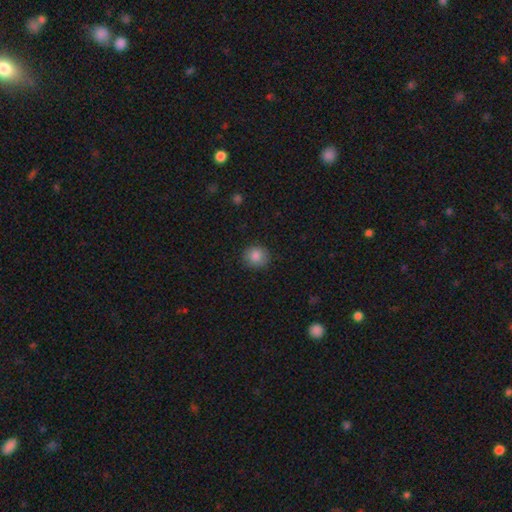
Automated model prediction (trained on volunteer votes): A smooth galaxy with no disk features (85%) that is round (85%). Merging: none (88%).